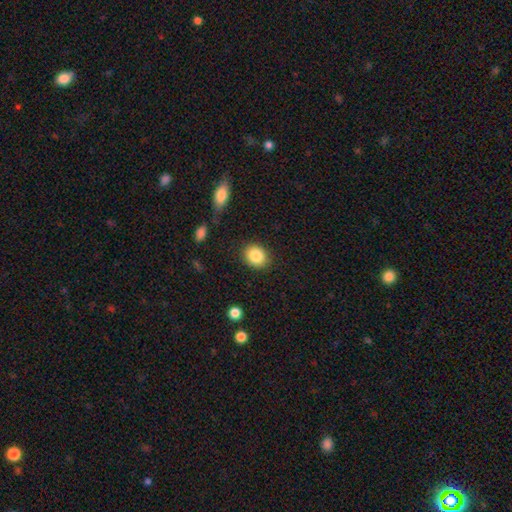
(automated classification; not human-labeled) Overall: smooth (85%). How rounded: round (57%; in between 42%). Merging: none (88%).